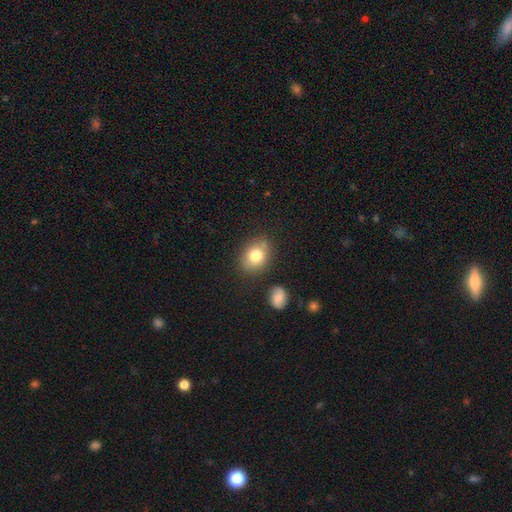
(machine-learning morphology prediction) smooth 80%, featured or disk 11%, star or artifact 9%. Down the decision tree: how rounded — in between (60%); merging — none (77%).